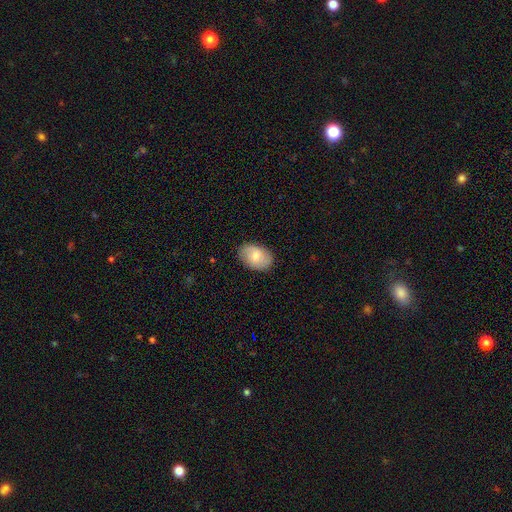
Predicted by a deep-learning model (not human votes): Smooth or featured? Predicted: smooth (p=0.63). How rounded? Predicted: in between (p=0.83). Merging? Predicted: none (p=0.84).